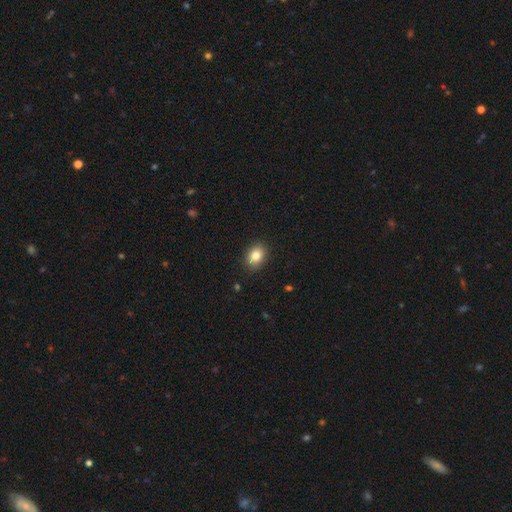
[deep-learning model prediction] Smooth or featured? Predicted: smooth (p=0.83). How rounded? Predicted: in between (p=0.70). Merging? Predicted: none (p=0.88).